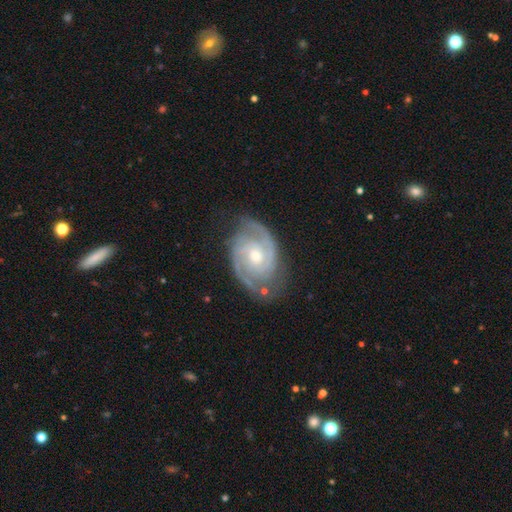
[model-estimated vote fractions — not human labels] Smooth or featured? featured or disk (92%)
Edge-on disk? no (97%)
Bar? no (59%)
Spiral arms? yes (98%)
Spiral winding? tight (60%)
Spiral arm count? 2 (81%)
Bulge size? moderate (64%)
Merging? none (77%)